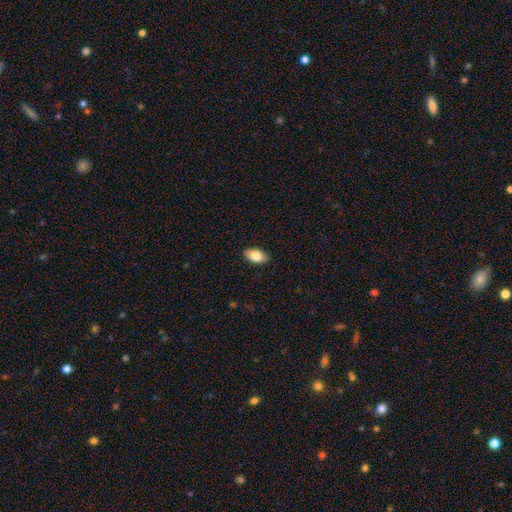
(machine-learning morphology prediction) type=smooth (84%); roundness=in between (93%); merging=none (89%).